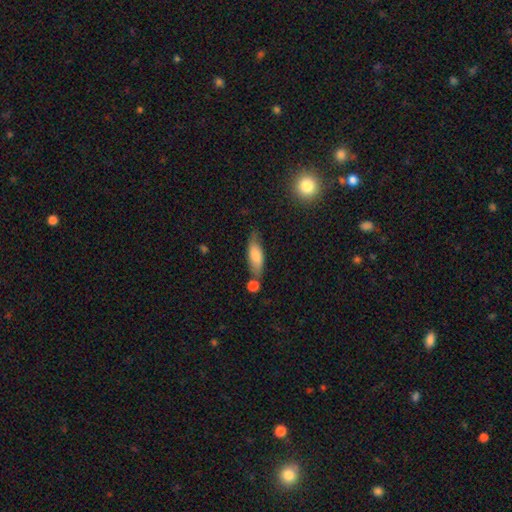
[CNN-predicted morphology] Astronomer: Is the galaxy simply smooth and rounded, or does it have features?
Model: smooth — 73%.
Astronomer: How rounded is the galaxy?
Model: in between — 62%.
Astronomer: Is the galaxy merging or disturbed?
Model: none — 59%.